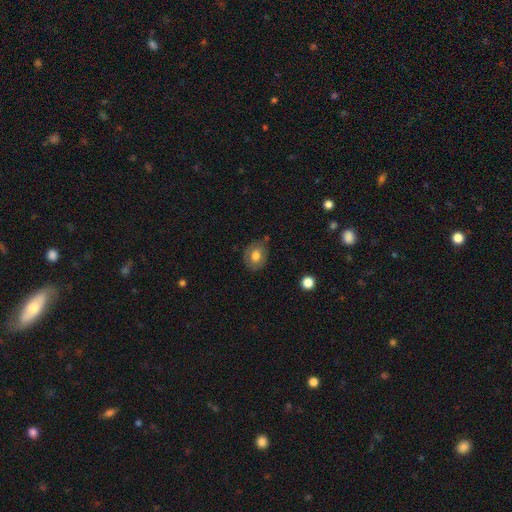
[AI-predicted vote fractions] Morphology: type=smooth (70%); roundness=round (51%); merging=none (70%).